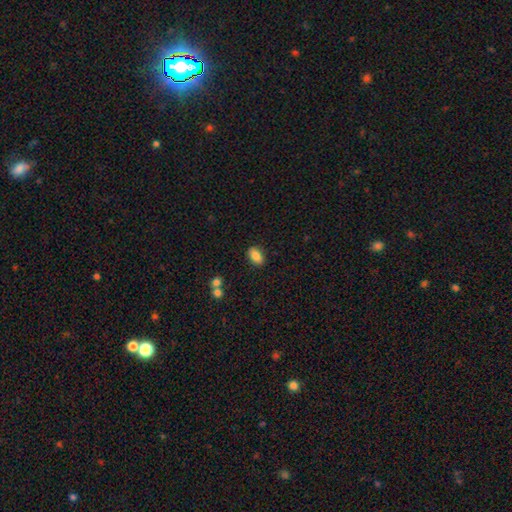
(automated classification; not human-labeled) smooth-or-featured: smooth: 85% | star or artifact: 8% | featured or disk: 7%
  how-rounded: in between: 88% | round: 10% | cigar-shaped: 2%
  merging: none: 87% | minor disturbance: 8% | merger: 2% | major disturbance: 2%